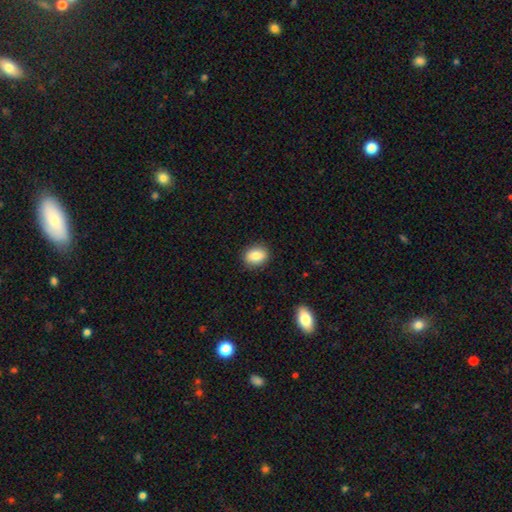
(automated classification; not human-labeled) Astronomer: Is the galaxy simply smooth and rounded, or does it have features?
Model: smooth — 85%.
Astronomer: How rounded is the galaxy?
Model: in between — 65%.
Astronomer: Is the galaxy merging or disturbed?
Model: none — 89%.